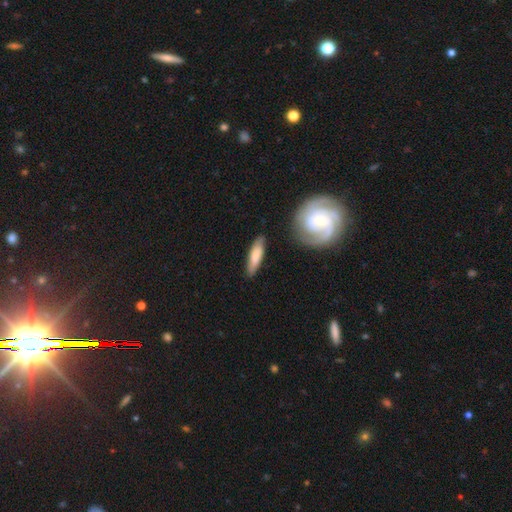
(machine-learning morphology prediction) smooth-or-featured: smooth: 69% | featured or disk: 26% | star or artifact: 6%
  how-rounded: cigar-shaped: 64% | in between: 34% | round: 2%
  merging: none: 80% | minor disturbance: 14% | major disturbance: 3% | merger: 3%